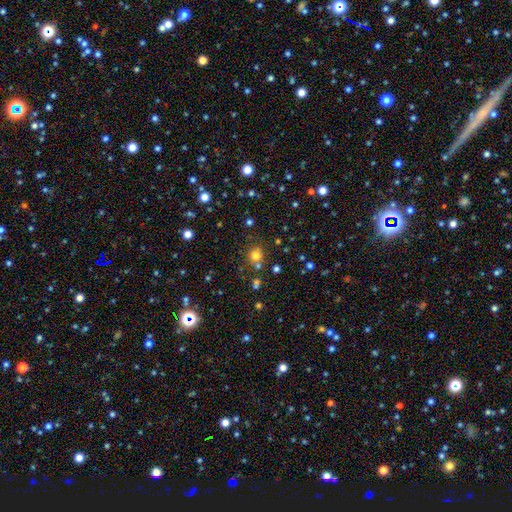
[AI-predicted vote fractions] Overall: smooth (72%). How rounded: round (88%). Merging: none (73%).